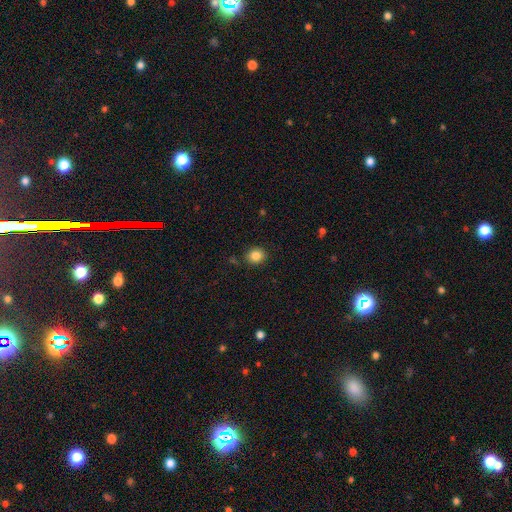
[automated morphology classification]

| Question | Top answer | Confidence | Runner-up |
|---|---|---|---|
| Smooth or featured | smooth | 85% | star or artifact (10%) |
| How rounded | round | 74% | in between (25%) |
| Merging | none | 87% | minor disturbance (9%) |